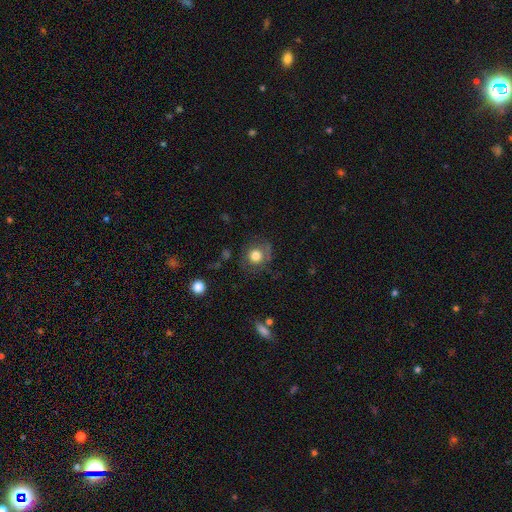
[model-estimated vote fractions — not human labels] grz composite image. It shows a smooth galaxy with no disk features (75%) that is round (85%). Merging: none (68%).